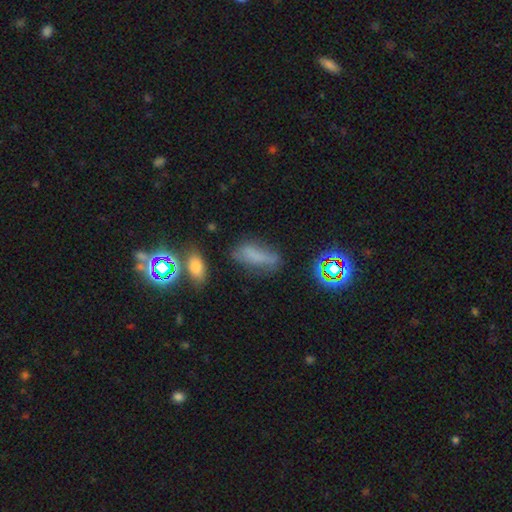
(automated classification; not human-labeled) Morphology: type=smooth (58%); roundness=in between (57%); merging=none (52%).